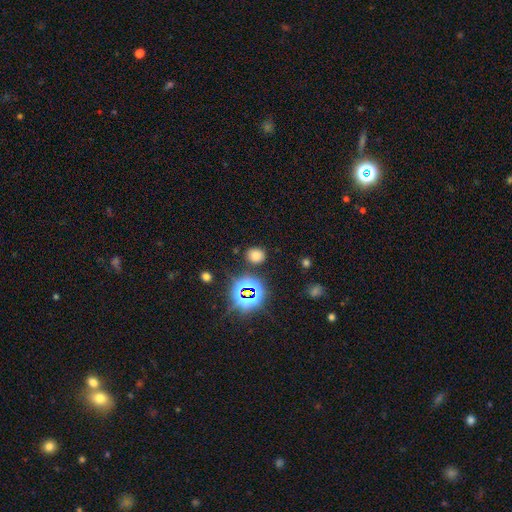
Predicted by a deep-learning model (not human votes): Morphology: type=smooth (68%); roundness=round (64%); merging=none (84%).